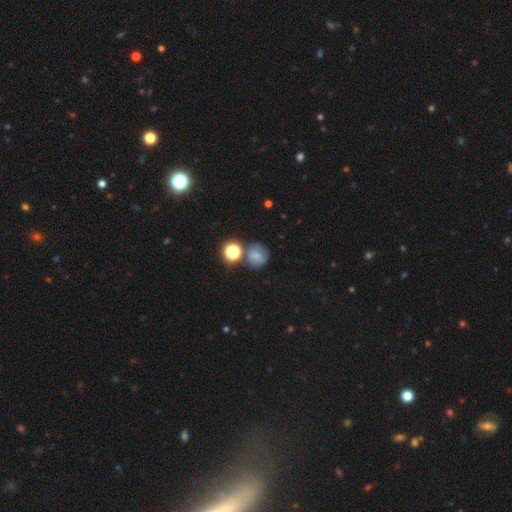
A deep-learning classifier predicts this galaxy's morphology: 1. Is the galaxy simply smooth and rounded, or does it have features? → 66% smooth, 18% star or artifact, 17% featured or disk.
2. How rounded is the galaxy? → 80% round, 19% in between, 1% cigar-shaped.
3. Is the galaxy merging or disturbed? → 60% none, 17% minor disturbance, 16% merger, 7% major disturbance.